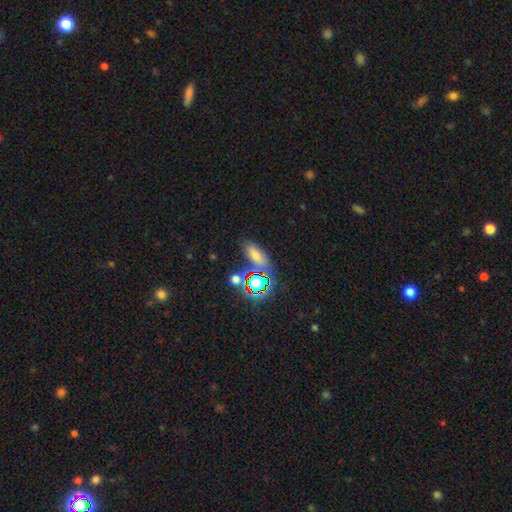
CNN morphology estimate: Smooth or featured? Predicted: smooth (p=0.53). How rounded? Predicted: in between (p=0.71). Merging? Predicted: none (p=0.68).